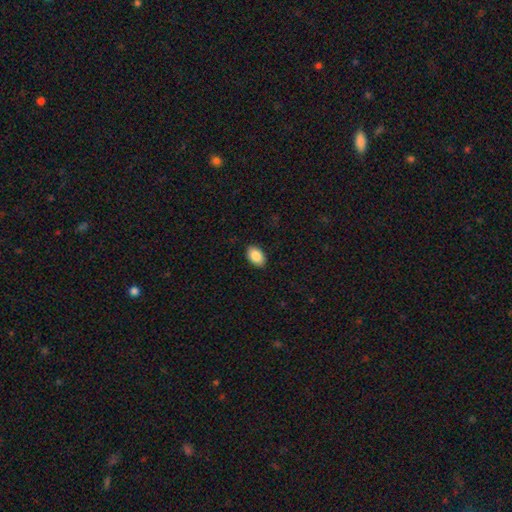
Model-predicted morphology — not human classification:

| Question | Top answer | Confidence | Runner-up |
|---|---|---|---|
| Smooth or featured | smooth | 89% | star or artifact (7%) |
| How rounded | in between | 91% | round (8%) |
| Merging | none | 89% | minor disturbance (8%) |